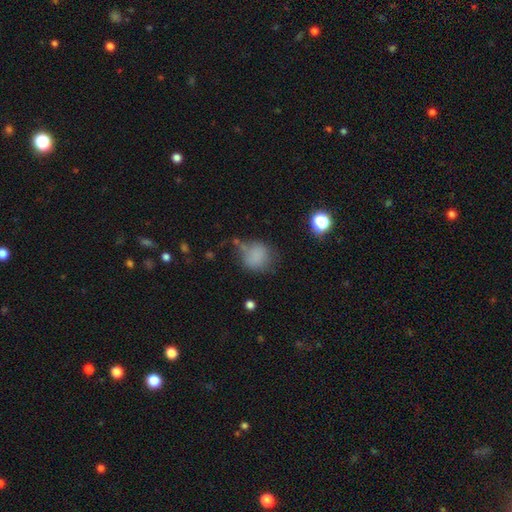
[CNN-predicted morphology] smooth_or_featured: smooth (p=0.77) [alt: star or artifact p=0.13]
how_rounded: round (p=0.76) [alt: in between p=0.22]
merging: none (p=0.48) [alt: minor disturbance p=0.28]